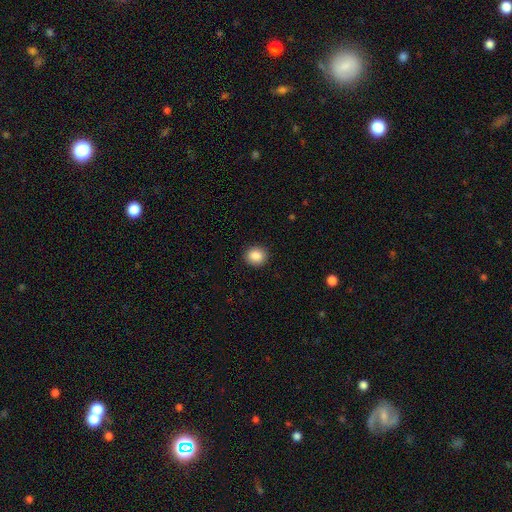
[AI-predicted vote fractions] Smooth or featured? smooth (88%)
How rounded? round (83%)
Merging? none (91%)